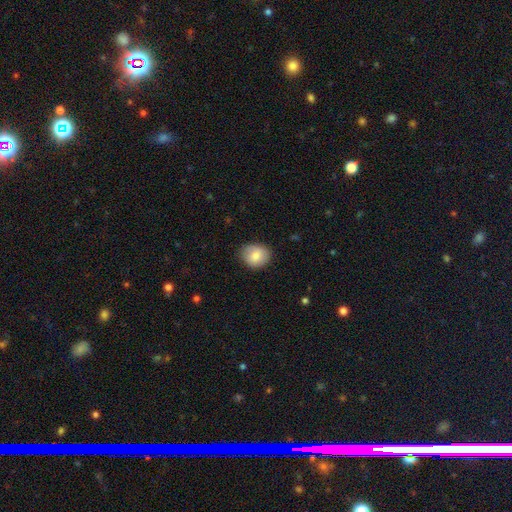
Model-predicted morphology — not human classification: Smooth or featured: smooth — 80% (featured or disk — 13%)
How rounded: round — 66% (in between — 34%)
Merging: none — 82% (minor disturbance — 14%)